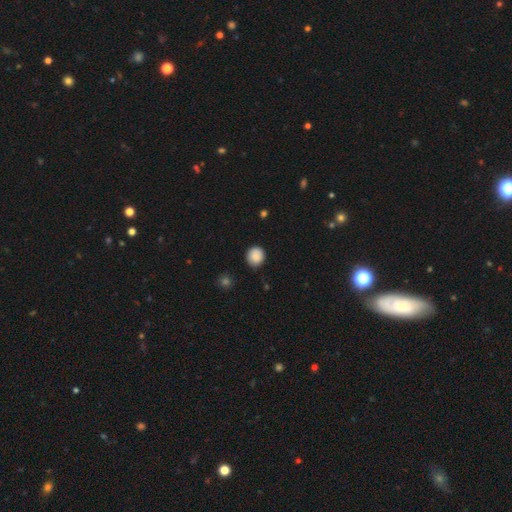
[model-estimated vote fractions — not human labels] A smooth galaxy with no disk features (87%) that is round (88%).

Vote fractions:
- Smooth or featured? smooth: 87% / star or artifact: 8% / featured or disk: 4%
- How rounded? round: 88% / in between: 11% / cigar-shaped: 1%
- Merging? none: 85% / minor disturbance: 11% / major disturbance: 2% / merger: 1%